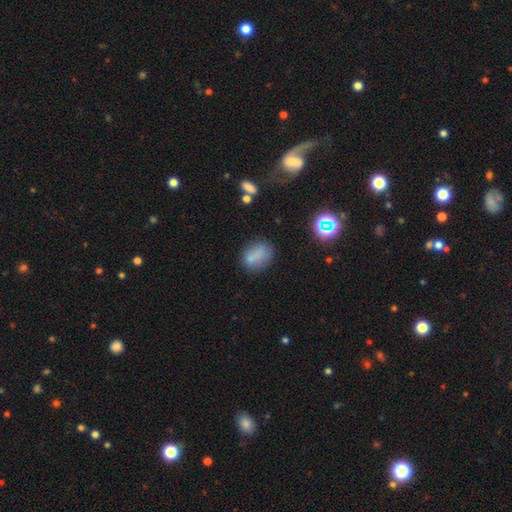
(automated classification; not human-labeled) A smooth galaxy with no disk features (74%) that is in between round and cigar-shaped (62%). Merging: none (62%).